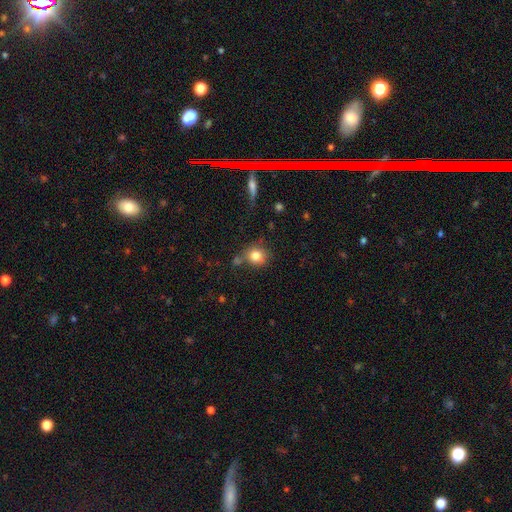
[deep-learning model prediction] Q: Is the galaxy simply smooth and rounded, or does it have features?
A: smooth — 81%.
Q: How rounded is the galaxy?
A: round — 83%.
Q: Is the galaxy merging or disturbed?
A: none — 67%.